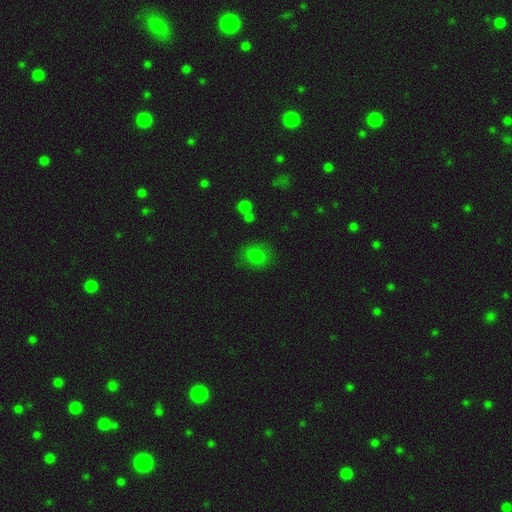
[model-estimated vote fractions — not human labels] A smooth galaxy with no disk features (78%) that is round (58%).

Vote fractions:
- Smooth or featured? smooth: 78% / star or artifact: 13% / featured or disk: 9%
- How rounded? round: 58% / in between: 41% / cigar-shaped: 1%
- Merging? none: 74% / minor disturbance: 16% / major disturbance: 6% / merger: 4%